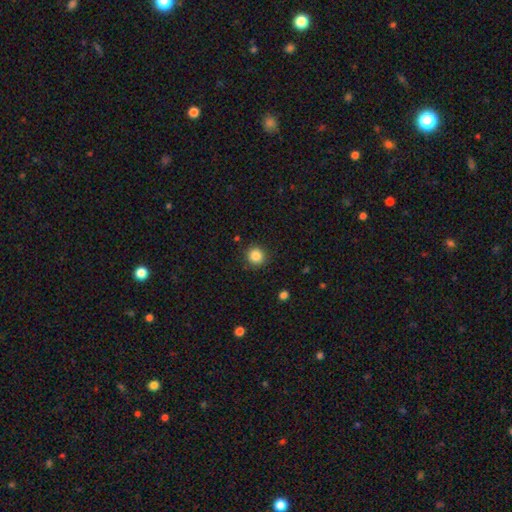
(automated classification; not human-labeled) This is clearly a smooth galaxy (85%). How rounded: clearly round (93%). Merging: clearly none (90%).